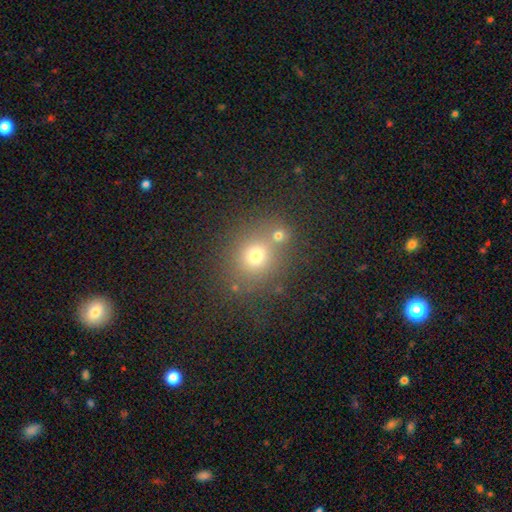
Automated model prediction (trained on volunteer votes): Smooth or featured?
  - smooth: 69% *
  - star or artifact: 20%
  - featured or disk: 12%
How rounded?
  - round: 76% *
  - in between: 23%
  - cigar-shaped: 1%
Merging?
  - none: 64% *
  - merger: 21%
  - minor disturbance: 10%
  - major disturbance: 5%